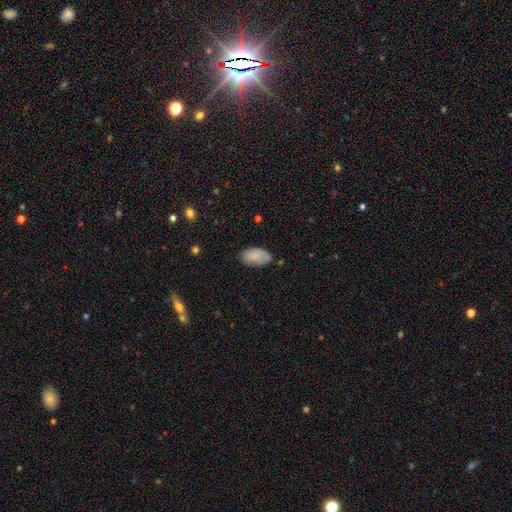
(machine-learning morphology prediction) This is likely a smooth galaxy (79%). How rounded: clearly in between (94%). Merging: likely none (68%).